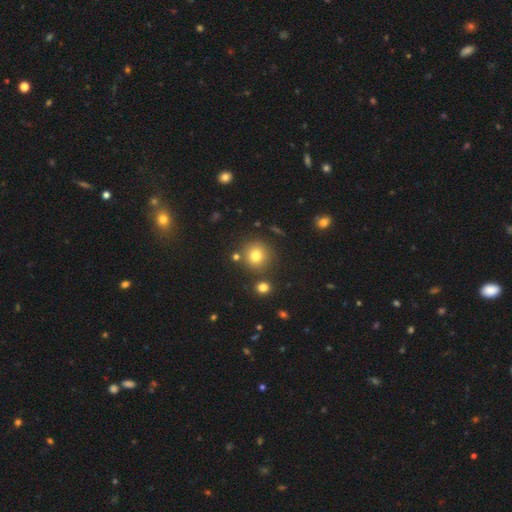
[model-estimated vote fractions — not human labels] Smooth or featured? smooth (79%)
How rounded? round (92%)
Merging? none (82%)